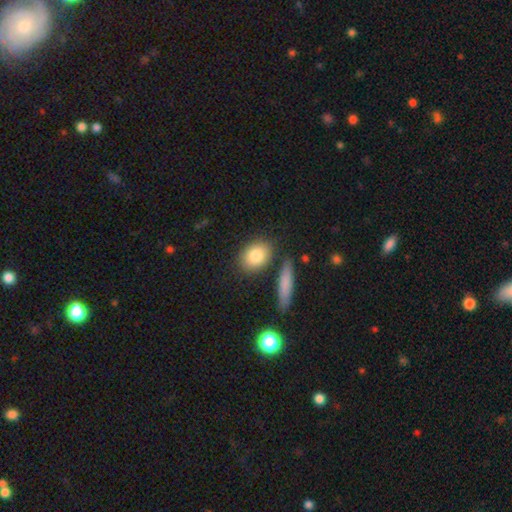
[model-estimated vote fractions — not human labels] Smooth or featured? smooth (84%)
How rounded? in between (65%)
Merging? none (76%)